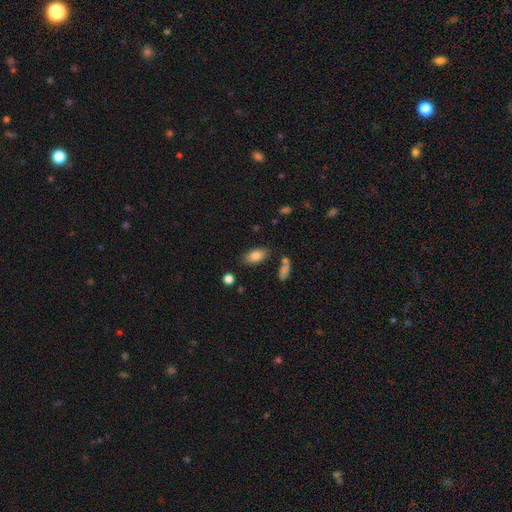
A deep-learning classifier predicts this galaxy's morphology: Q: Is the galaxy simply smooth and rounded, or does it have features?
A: smooth — 84%.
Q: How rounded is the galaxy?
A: in between — 91%.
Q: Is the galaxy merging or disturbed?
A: none — 78%.